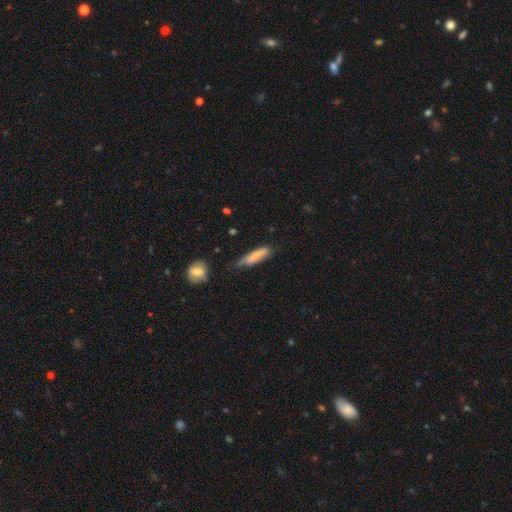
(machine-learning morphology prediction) A smooth galaxy with no disk features (73%) that is cigar-shaped (78%). Merging: none (53%).